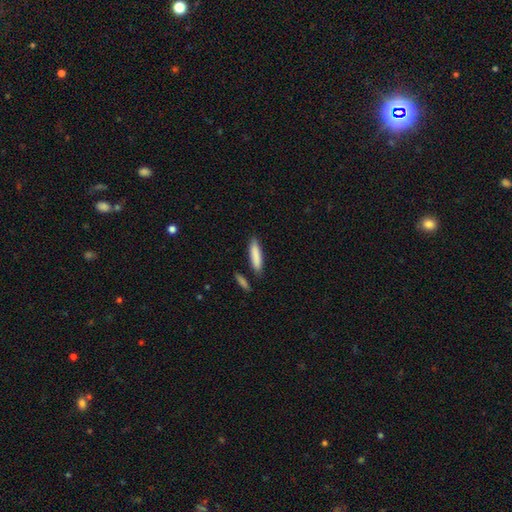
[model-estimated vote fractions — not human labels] Overall: smooth (86%). How rounded: cigar-shaped (76%). Merging: none (83%).